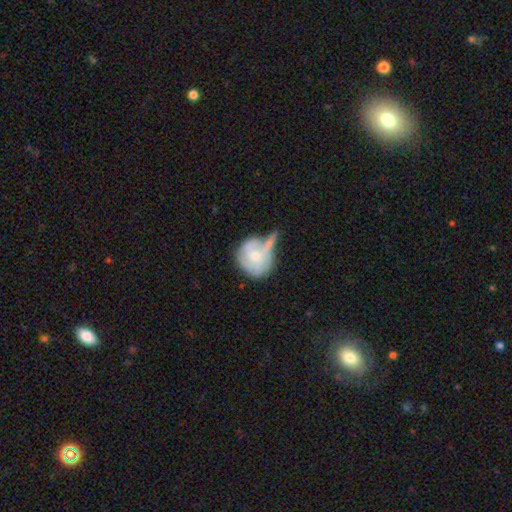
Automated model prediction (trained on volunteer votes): Smooth or featured? Predicted: smooth (p=0.55). How rounded? Predicted: round (p=0.78). Merging? Predicted: none (p=0.30).